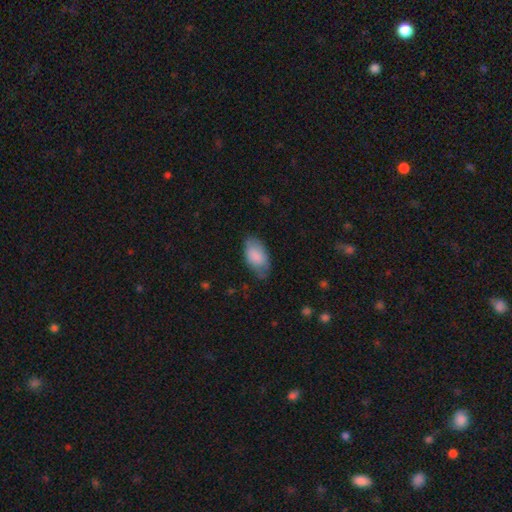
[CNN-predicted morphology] Smooth or featured? smooth (85%)
How rounded? in between (94%)
Merging? none (66%)